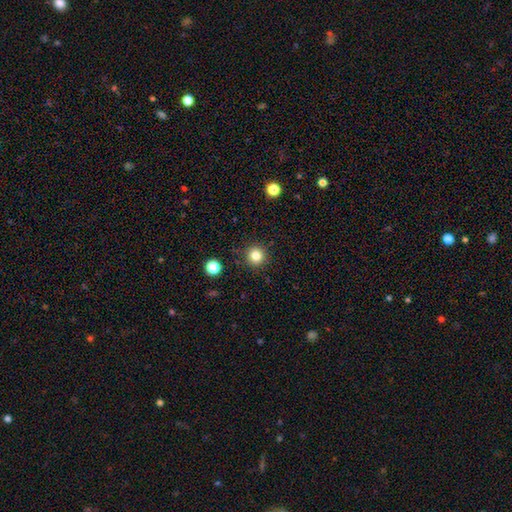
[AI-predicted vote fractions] This appears to be a smooth galaxy with no disk features (82%) that is round (95%). Merging: none (90%).